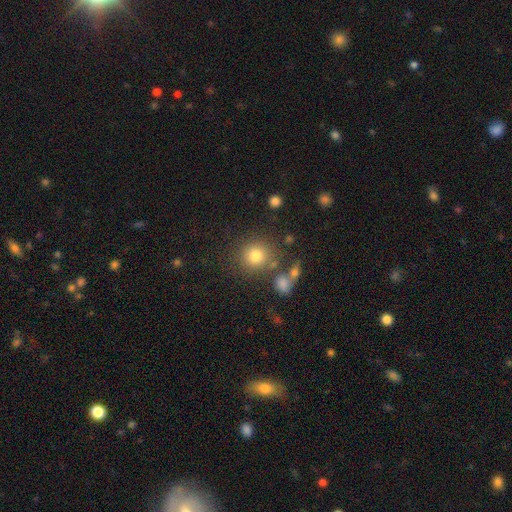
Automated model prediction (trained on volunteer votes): Smooth or featured? smooth (80%)
How rounded? round (90%)
Merging? none (76%)